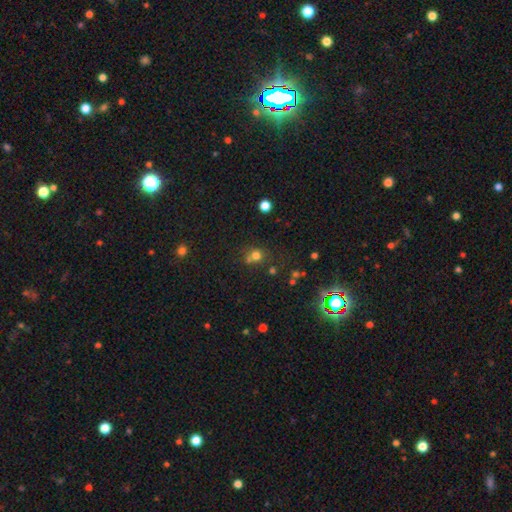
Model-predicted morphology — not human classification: smooth_or_featured: smooth (p=0.70) [alt: star or artifact p=0.21]
how_rounded: round (p=0.83) [alt: in between p=0.16]
merging: none (p=0.57) [alt: merger p=0.28]